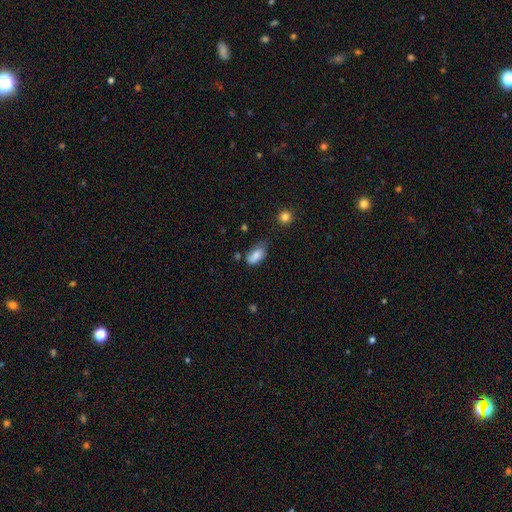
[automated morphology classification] Overall: smooth (78%). How rounded: in between (90%). Merging: none (49%; minor disturbance 35%).